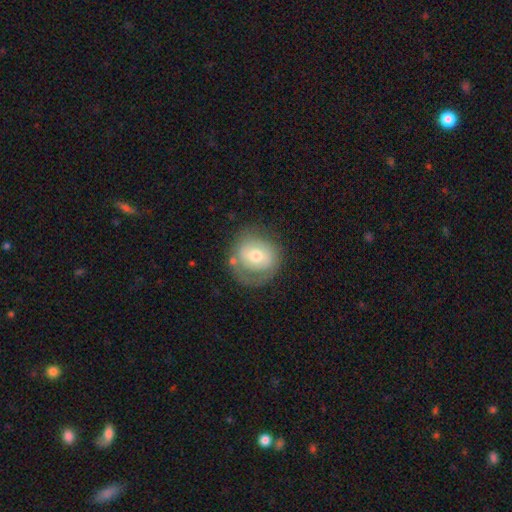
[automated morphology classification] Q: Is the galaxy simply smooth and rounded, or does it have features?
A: smooth — 51%.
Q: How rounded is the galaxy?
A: round — 84%.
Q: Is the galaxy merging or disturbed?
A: none — 65%.